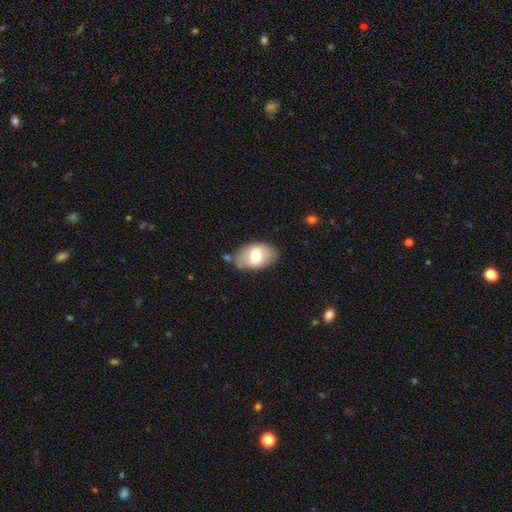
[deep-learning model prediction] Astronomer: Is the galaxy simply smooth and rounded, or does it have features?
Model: smooth — 63%.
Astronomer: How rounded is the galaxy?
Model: in between — 90%.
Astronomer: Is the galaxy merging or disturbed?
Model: none — 71%.